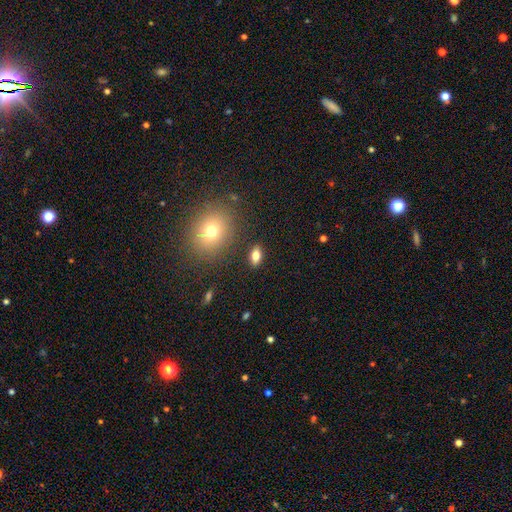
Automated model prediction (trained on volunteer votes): smooth 77%, featured or disk 13%, star or artifact 11%. Down the decision tree: how rounded — in between (83%); merging — none (86%).